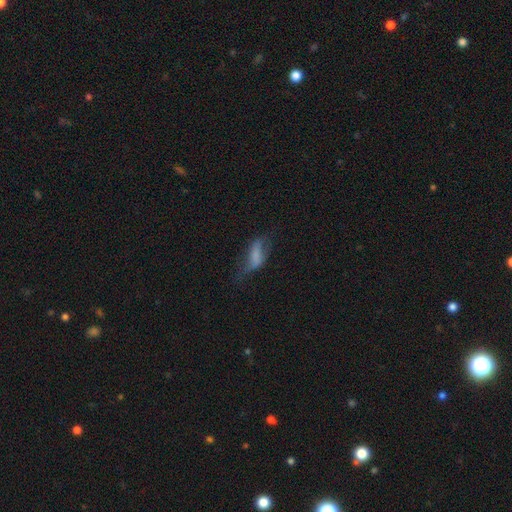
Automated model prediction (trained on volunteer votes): Overall: smooth (56%; featured or disk 33%). How rounded: in between (74%). Merging: none (34%, tied with major disturbance).